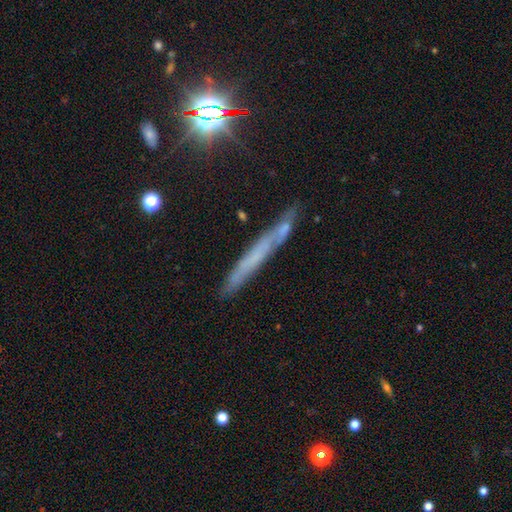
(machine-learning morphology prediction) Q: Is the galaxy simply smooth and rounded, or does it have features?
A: featured or disk — 45%.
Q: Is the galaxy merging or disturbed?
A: none — 77%.